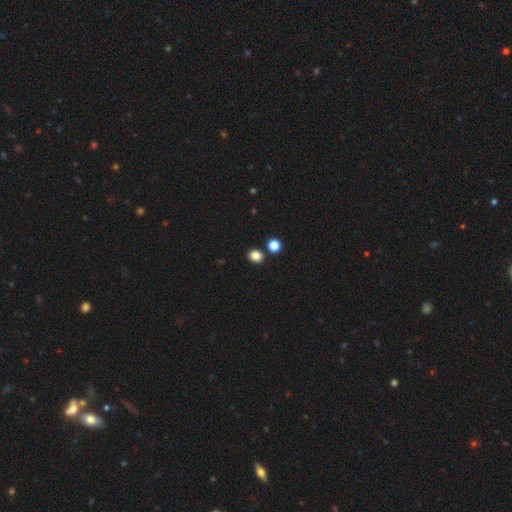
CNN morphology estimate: A smooth galaxy with no disk features (84%) that is round (65%).

Vote fractions:
- Smooth or featured? smooth: 84% / star or artifact: 12% / featured or disk: 4%
- How rounded? round: 65% / in between: 34% / cigar-shaped: 1%
- Merging? none: 84% / merger: 7% / minor disturbance: 7% / major disturbance: 2%